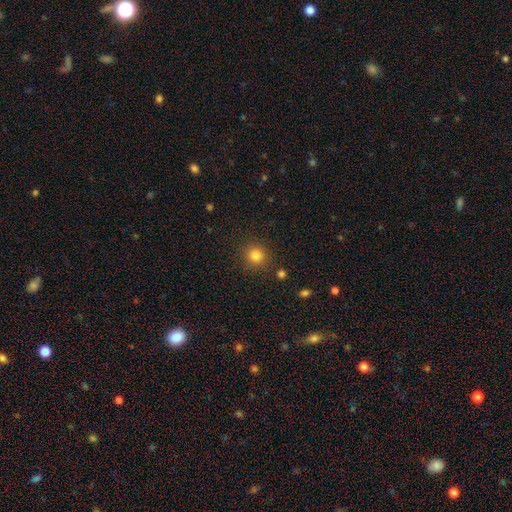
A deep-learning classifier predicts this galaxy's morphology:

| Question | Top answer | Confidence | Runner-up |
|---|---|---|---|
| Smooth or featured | smooth | 81% | star or artifact (13%) |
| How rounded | round | 91% | in between (8%) |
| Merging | none | 87% | minor disturbance (7%) |